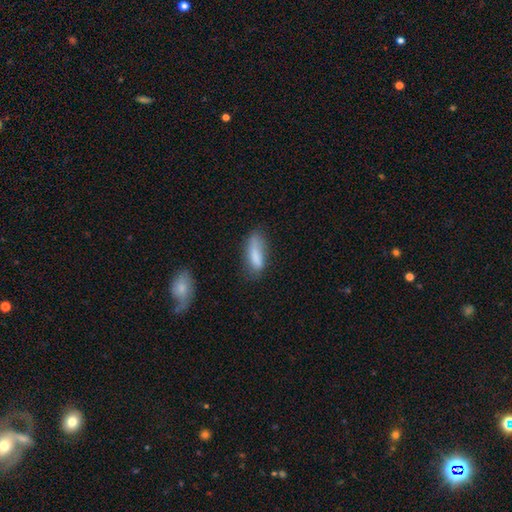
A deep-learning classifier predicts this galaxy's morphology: The model was most divided on "how rounded": in between: 58%, cigar-shaped: 40%, round: 2%. More confident: smooth or featured — smooth (78%); merging — none (51%).